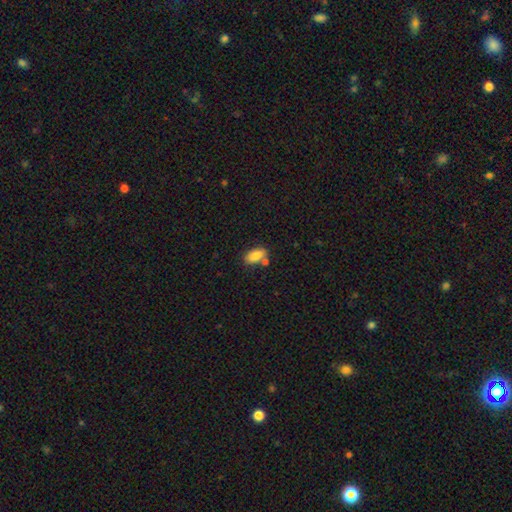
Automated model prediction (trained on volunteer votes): smooth_or_featured: smooth (p=0.86) [alt: star or artifact p=0.07]
how_rounded: in between (p=0.88) [alt: cigar-shaped p=0.09]
merging: none (p=0.69) [alt: minor disturbance p=0.14]